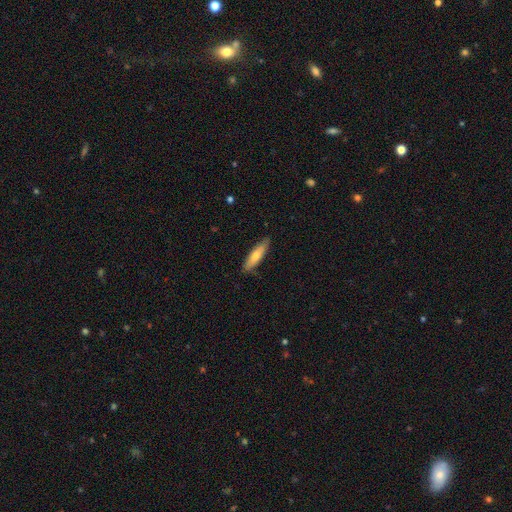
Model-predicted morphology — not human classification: This appears to be a smooth galaxy with no disk features (72%) that is cigar-shaped (73%). Merging: none (85%).